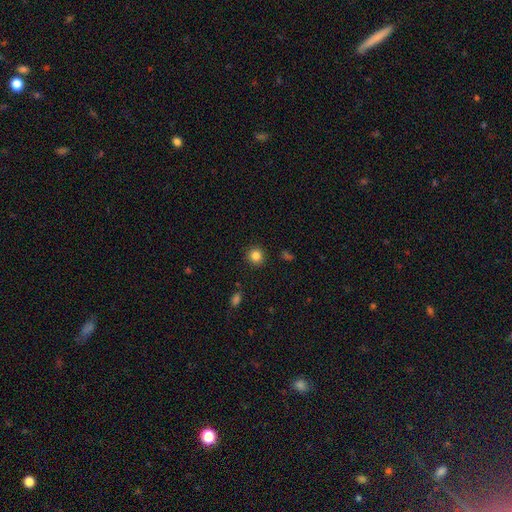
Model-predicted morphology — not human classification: The model was most divided on "smooth or featured": smooth: 84%, star or artifact: 11%, featured or disk: 4%. More confident: how rounded — round (92%); merging — none (91%).